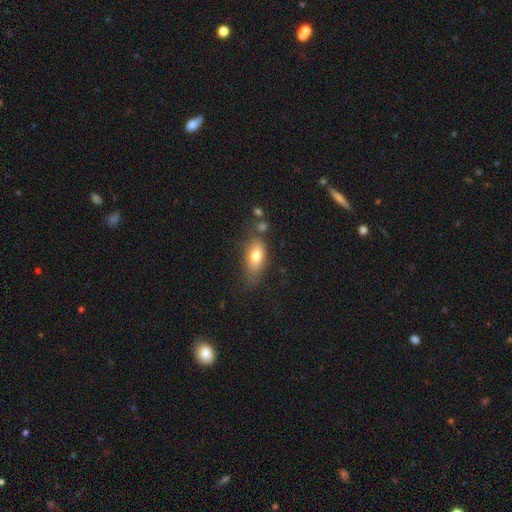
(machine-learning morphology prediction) type=smooth (75%); roundness=in between (83%); merging=none (62%).